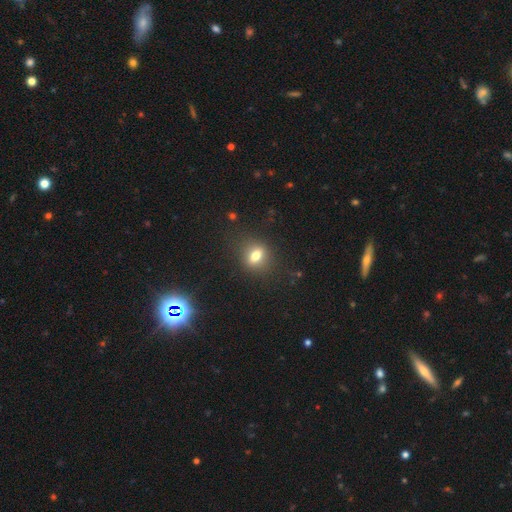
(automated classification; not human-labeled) smooth 69%, featured or disk 17%, star or artifact 14%. Down the decision tree: how rounded — in between (50%); merging — none (84%).